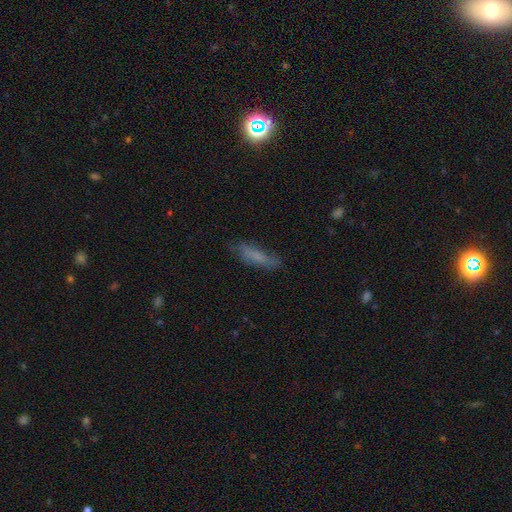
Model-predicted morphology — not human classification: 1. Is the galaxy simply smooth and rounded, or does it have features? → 69% smooth, 21% featured or disk, 10% star or artifact.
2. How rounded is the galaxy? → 67% cigar-shaped, 31% in between, 2% round.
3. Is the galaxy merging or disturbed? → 65% none, 25% minor disturbance, 8% major disturbance, 2% merger.